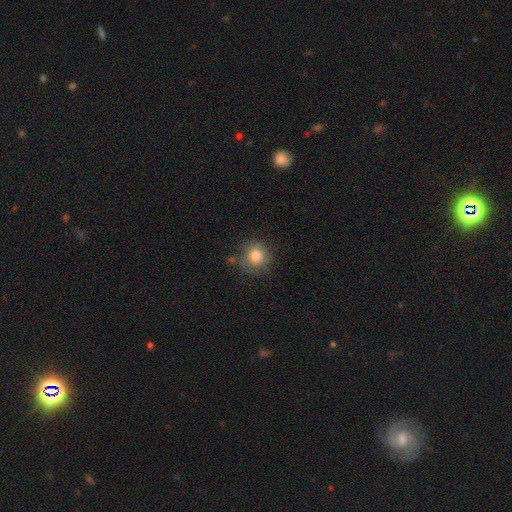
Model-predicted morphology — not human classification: This appears to be a smooth galaxy with no disk features (81%) that is round (89%). Merging: none (74%).